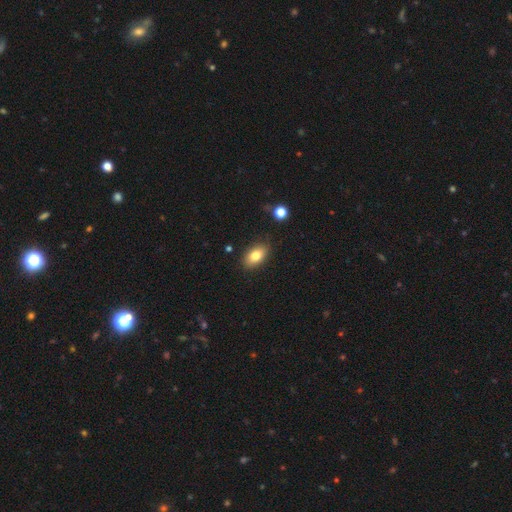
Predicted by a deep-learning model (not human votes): A smooth galaxy with no disk features (80%) that is in between round and cigar-shaped (89%).

Vote fractions:
- Smooth or featured? smooth: 80% / featured or disk: 11% / star or artifact: 9%
- How rounded? in between: 89% / round: 9% / cigar-shaped: 2%
- Merging? none: 86% / minor disturbance: 10% / major disturbance: 2% / merger: 2%